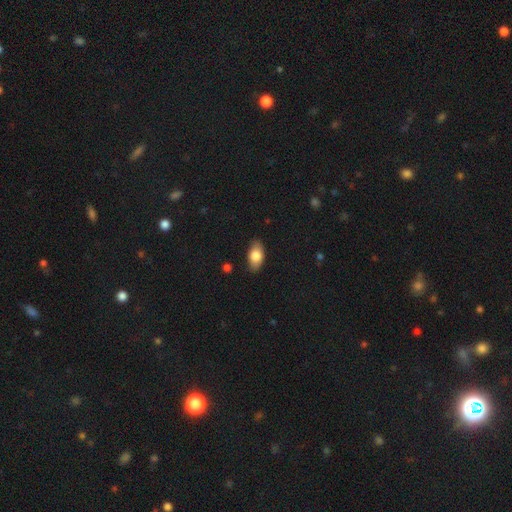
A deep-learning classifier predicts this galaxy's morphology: Smooth or featured? Predicted: smooth (p=0.80). How rounded? Predicted: in between (p=0.92). Merging? Predicted: none (p=0.84).